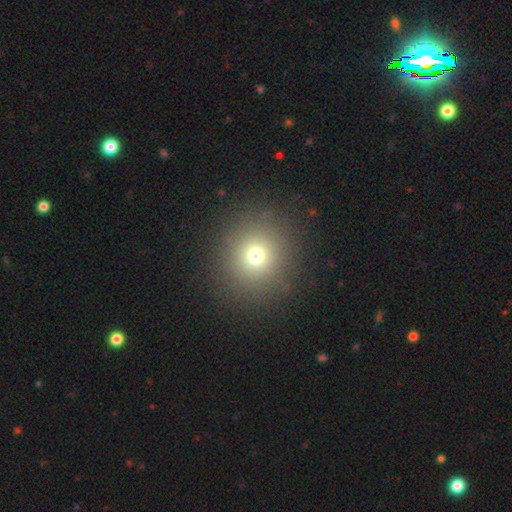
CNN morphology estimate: Q: Smooth or featured?
A: smooth (71%); runner-up: star or artifact (19%)
Q: How rounded?
A: round (89%); runner-up: in between (10%)
Q: Merging?
A: none (88%); runner-up: minor disturbance (7%)